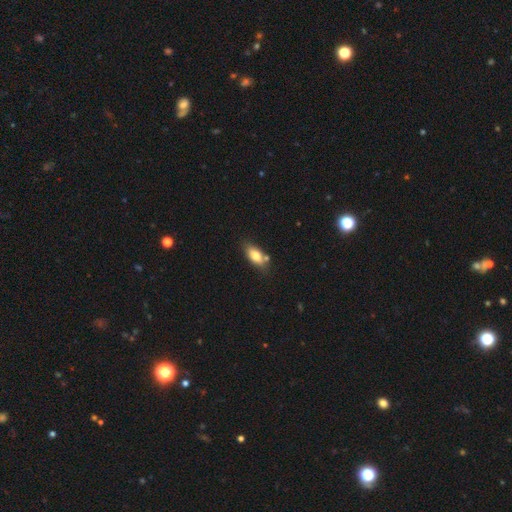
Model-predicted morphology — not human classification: smooth-or-featured: smooth: 78% | featured or disk: 15% | star or artifact: 7%
  how-rounded: in between: 84% | cigar-shaped: 12% | round: 4%
  merging: none: 70% | minor disturbance: 17% | merger: 10% | major disturbance: 4%